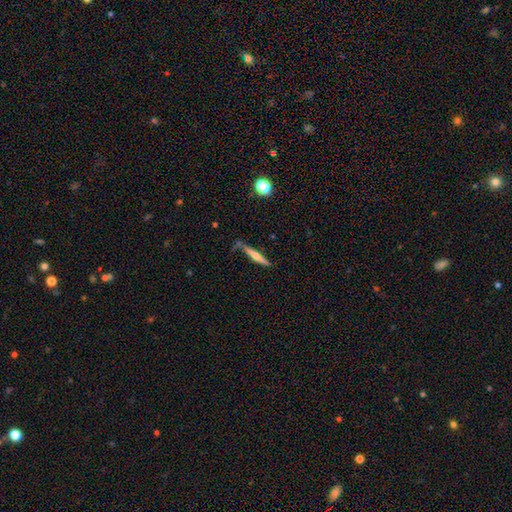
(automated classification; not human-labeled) smooth_or_featured: featured or disk (p=0.57) [alt: smooth p=0.37]
disk_edge_on: yes (p=0.96) [alt: no p=0.04]
edge_on_bulge: rounded (p=0.83) [alt: none p=0.11]
merging: none (p=0.72) [alt: minor disturbance p=0.18]